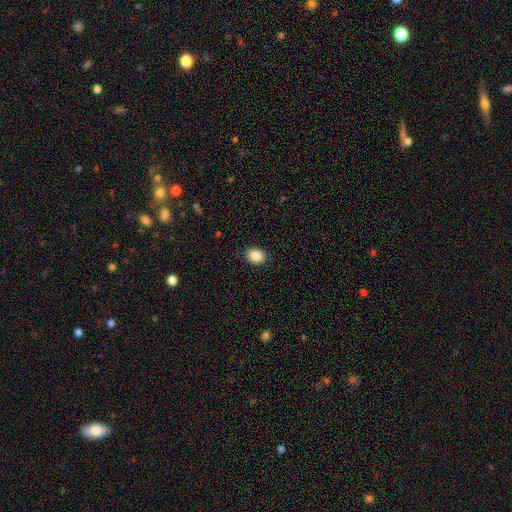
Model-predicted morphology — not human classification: Q: Smooth or featured?
A: smooth (88%); runner-up: star or artifact (8%)
Q: How rounded?
A: in between (67%); runner-up: round (32%)
Q: Merging?
A: none (89%); runner-up: minor disturbance (8%)